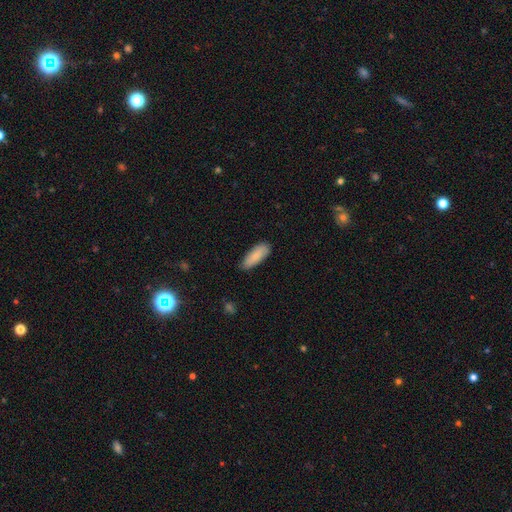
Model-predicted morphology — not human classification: A smooth galaxy with no disk features (85%) that is in between round and cigar-shaped (70%). Merging: none (79%).